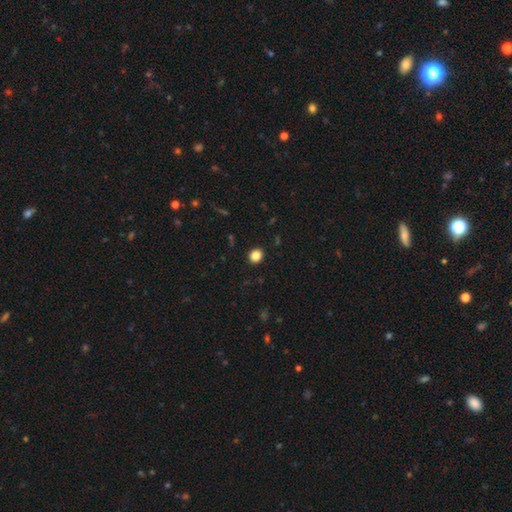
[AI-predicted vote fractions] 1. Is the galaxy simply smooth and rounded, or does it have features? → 85% smooth, 11% star or artifact, 4% featured or disk.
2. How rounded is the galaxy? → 78% round, 21% in between, 1% cigar-shaped.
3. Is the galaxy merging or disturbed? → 92% none, 5% minor disturbance, 2% major disturbance, 1% merger.